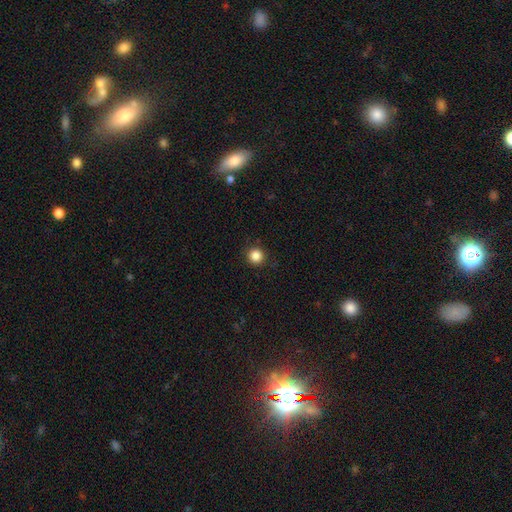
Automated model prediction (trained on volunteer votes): smooth_or_featured: smooth (p=0.85) [alt: star or artifact p=0.11]
how_rounded: round (p=0.94) [alt: in between p=0.05]
merging: none (p=0.90) [alt: minor disturbance p=0.07]